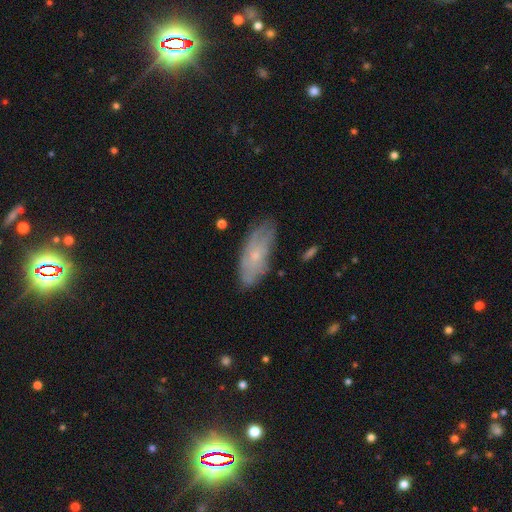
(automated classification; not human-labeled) Smooth or featured: featured or disk — 47% (smooth — 46%)
Merging: none — 74% (minor disturbance — 20%)